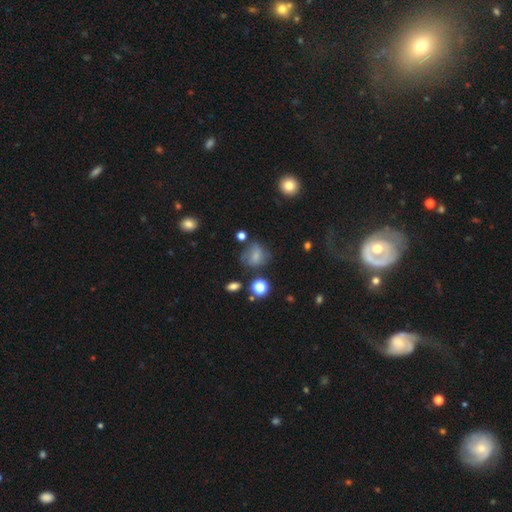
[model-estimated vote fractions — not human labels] A smooth galaxy with no disk features (65%) that is round (59%).

Vote fractions:
- Smooth or featured? smooth: 65% / featured or disk: 20% / star or artifact: 15%
- How rounded? round: 59% / in between: 39% / cigar-shaped: 2%
- Merging? none: 54% / minor disturbance: 26% / major disturbance: 15% / merger: 5%